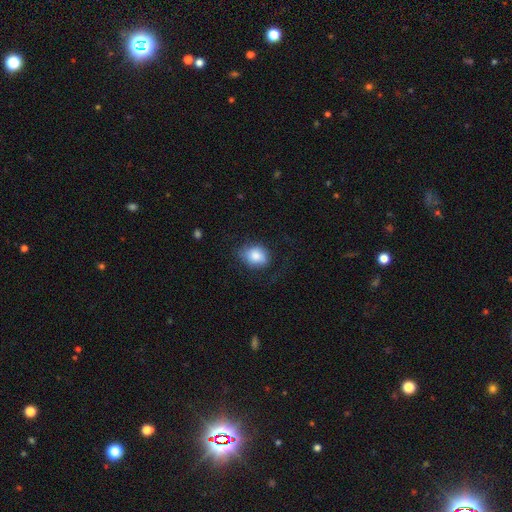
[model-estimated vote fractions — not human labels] Morphology: type=smooth (80%); roundness=in between (54%); merging=none (60%).